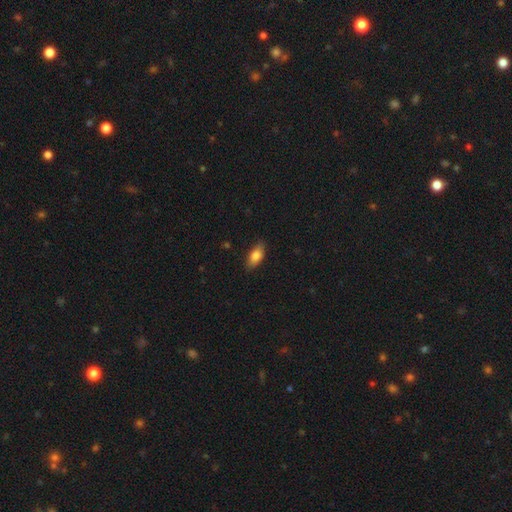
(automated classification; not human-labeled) The model was most divided on "smooth or featured": smooth: 81%, featured or disk: 12%, star or artifact: 7%. More confident: how rounded — in between (86%); merging — none (85%).